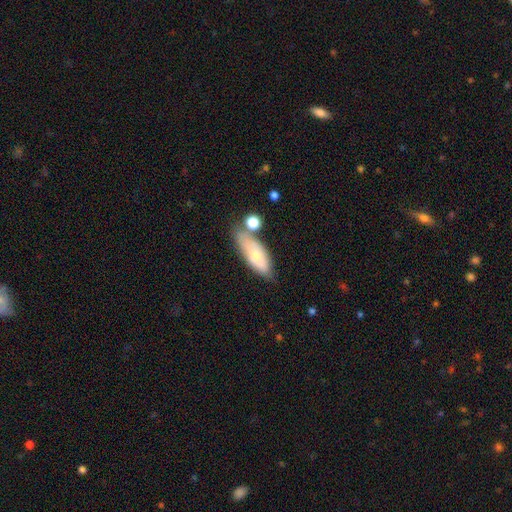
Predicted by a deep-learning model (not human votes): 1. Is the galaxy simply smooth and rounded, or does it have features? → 58% smooth, 35% featured or disk, 7% star or artifact.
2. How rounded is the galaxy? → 69% in between, 28% cigar-shaped, 4% round.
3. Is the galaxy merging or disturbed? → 57% none, 22% minor disturbance, 15% merger, 7% major disturbance.